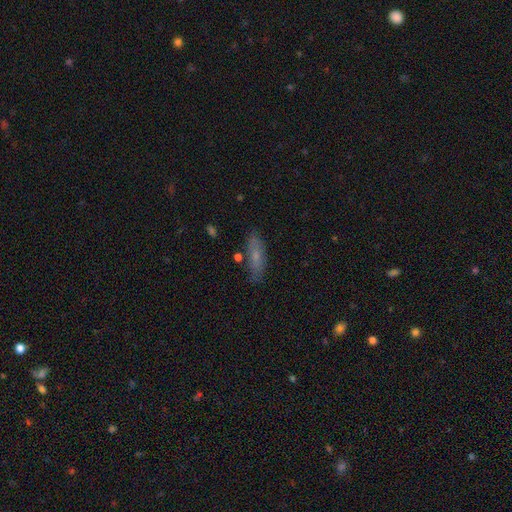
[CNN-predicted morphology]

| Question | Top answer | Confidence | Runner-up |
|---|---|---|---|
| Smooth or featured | smooth | 60% | featured or disk (30%) |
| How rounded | in between | 49% | cigar-shaped (48%) |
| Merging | none | 77% | minor disturbance (15%) |